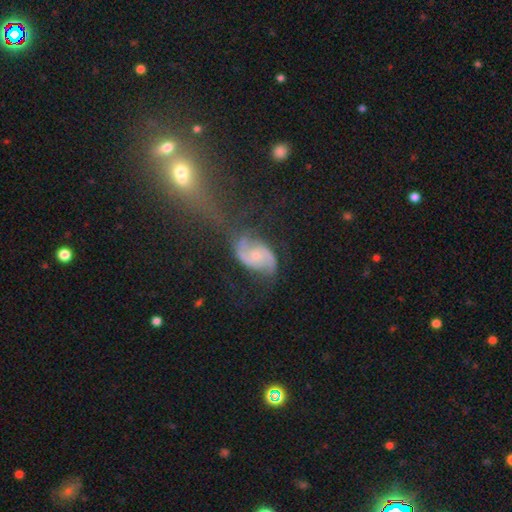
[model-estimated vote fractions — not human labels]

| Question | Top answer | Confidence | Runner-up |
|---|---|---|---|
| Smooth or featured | featured or disk | 83% | smooth (10%) |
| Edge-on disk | no | 97% | yes (3%) |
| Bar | no | 60% | weak (33%) |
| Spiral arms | yes | 96% | no (4%) |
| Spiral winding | medium | 48% | loose (33%) |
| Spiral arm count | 2 | 91% | can't tell (4%) |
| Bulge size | small | 57% | moderate (33%) |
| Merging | none | 60% | minor disturbance (21%) |